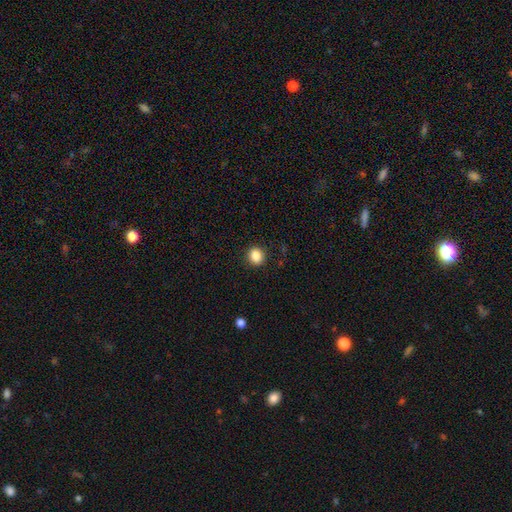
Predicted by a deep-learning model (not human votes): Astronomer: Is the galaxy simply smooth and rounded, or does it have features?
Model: smooth — 87%.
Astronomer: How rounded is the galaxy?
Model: round — 67%.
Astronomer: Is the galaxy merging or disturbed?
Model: none — 89%.